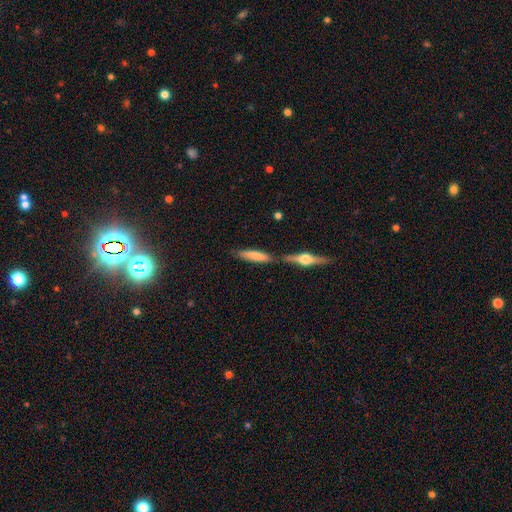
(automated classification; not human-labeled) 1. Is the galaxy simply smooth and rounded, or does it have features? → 66% smooth, 28% featured or disk, 6% star or artifact.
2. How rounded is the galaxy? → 74% cigar-shaped, 23% in between, 2% round.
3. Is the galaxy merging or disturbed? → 60% none, 25% merger, 12% minor disturbance, 3% major disturbance.